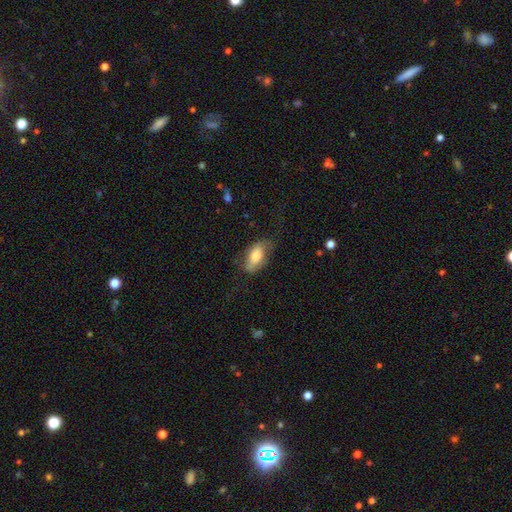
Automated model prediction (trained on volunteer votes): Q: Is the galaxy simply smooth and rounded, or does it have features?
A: smooth — 74%.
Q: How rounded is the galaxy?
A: in between — 89%.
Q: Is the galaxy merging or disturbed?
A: none — 55%.